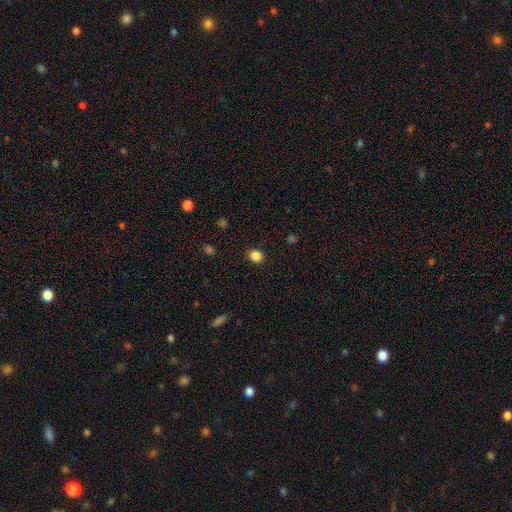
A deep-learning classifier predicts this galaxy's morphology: Smooth or featured? smooth (85%)
How rounded? round (77%)
Merging? none (89%)